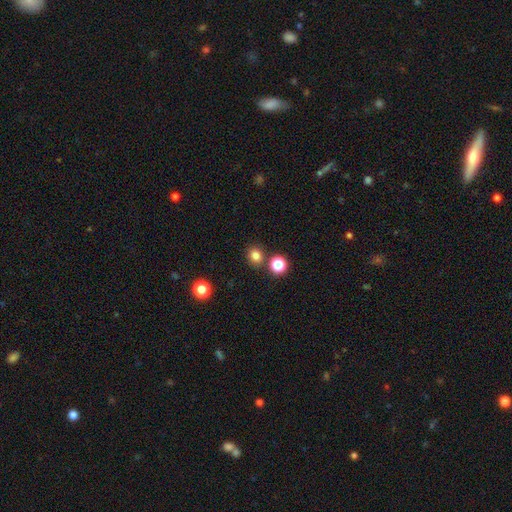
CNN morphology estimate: The model was most divided on "how rounded": round: 75%, in between: 24%, cigar-shaped: 1%. More confident: merging — none (81%); smooth or featured — smooth (80%).